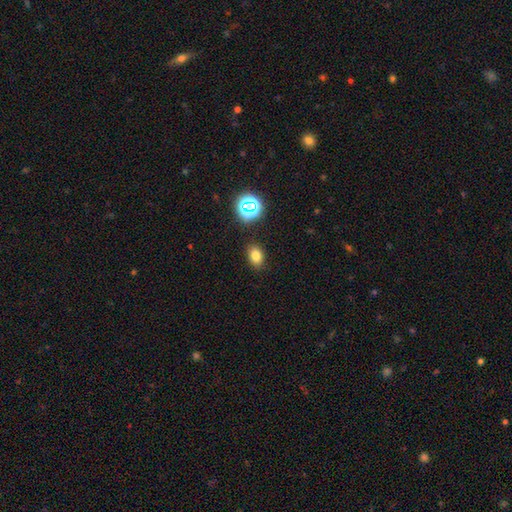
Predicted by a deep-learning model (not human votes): Smooth or featured? Predicted: smooth (p=0.77). How rounded? Predicted: in between (p=0.73). Merging? Predicted: none (p=0.87).